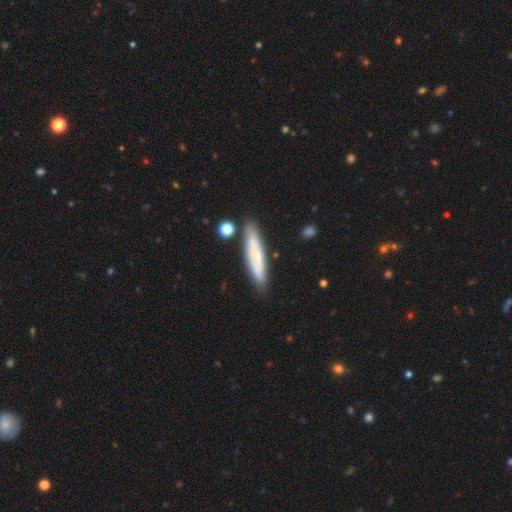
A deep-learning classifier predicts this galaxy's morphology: A smooth galaxy with no disk features (53%) that is cigar-shaped (83%). Merging: none (79%).